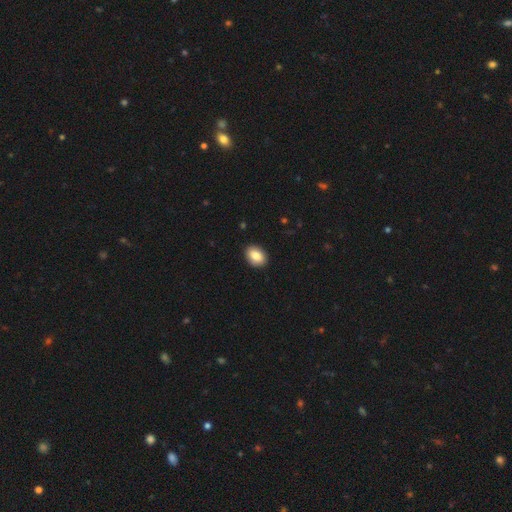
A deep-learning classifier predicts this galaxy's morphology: Smooth or featured? smooth (86%)
How rounded? in between (80%)
Merging? none (90%)